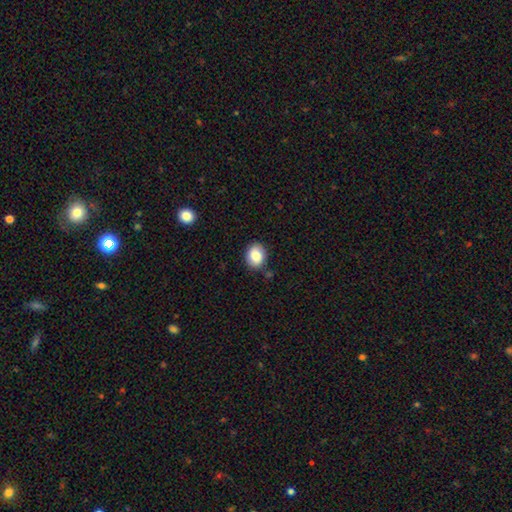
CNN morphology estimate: smooth 86%, star or artifact 8%, featured or disk 6%. Down the decision tree: how rounded — round (51%); merging — none (82%).